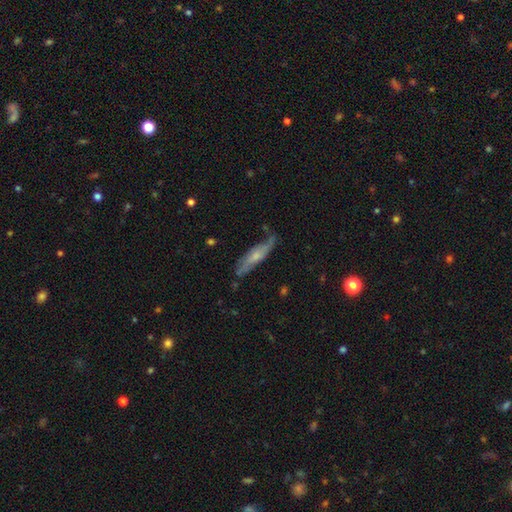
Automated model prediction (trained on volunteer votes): A featured or disk galaxy (57%).

Vote fractions:
- Smooth or featured? featured or disk: 57% / smooth: 36% / star or artifact: 7%
- Edge-on disk? no: 54% / yes: 46%
- Merging? none: 64% / minor disturbance: 26% / major disturbance: 8% / merger: 3%